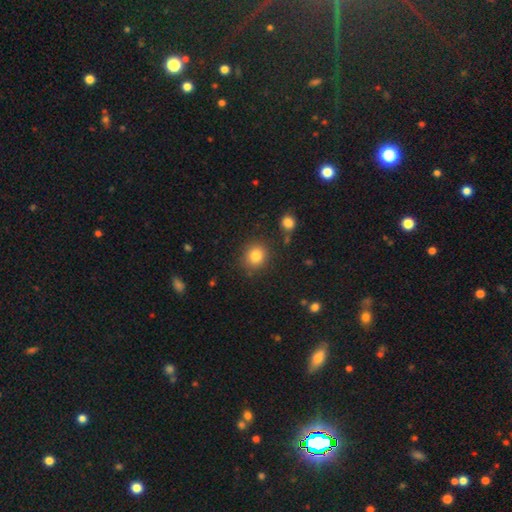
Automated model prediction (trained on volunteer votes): This is clearly a smooth galaxy (82%). How rounded: clearly round (83%). Merging: clearly none (85%).